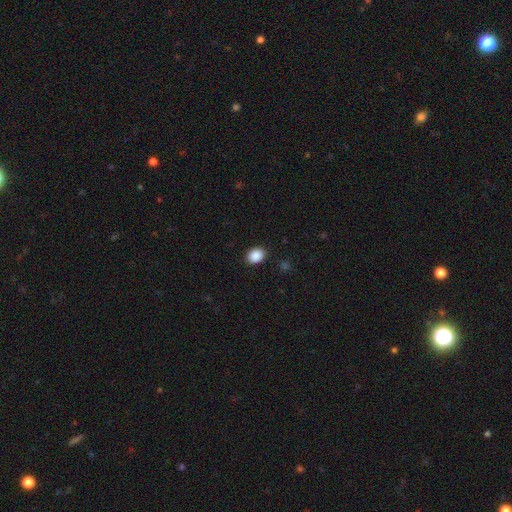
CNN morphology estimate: Smooth or featured? Predicted: smooth (p=0.89). How rounded? Predicted: in between (p=0.62). Merging? Predicted: none (p=0.89).